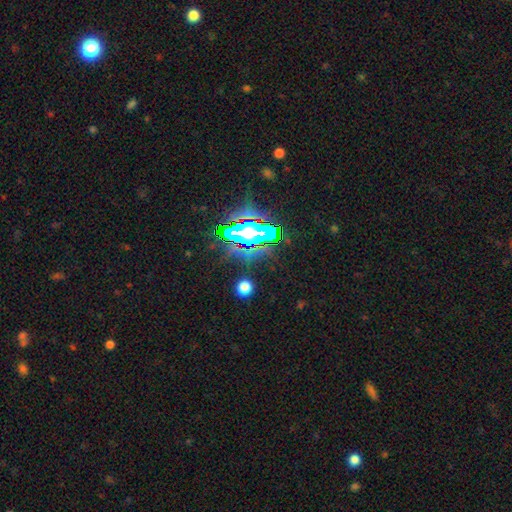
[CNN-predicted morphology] Smooth or featured?
  - star or artifact: 81% *
  - smooth: 11%
  - featured or disk: 8%